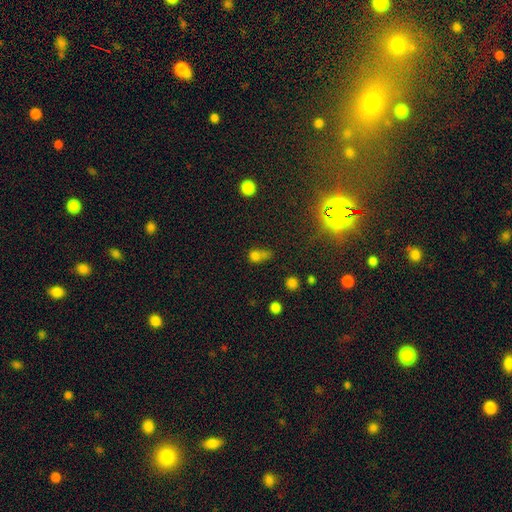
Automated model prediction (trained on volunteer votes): Smooth or featured? smooth (68%)
How rounded? round (56%)
Merging? merger (37%)